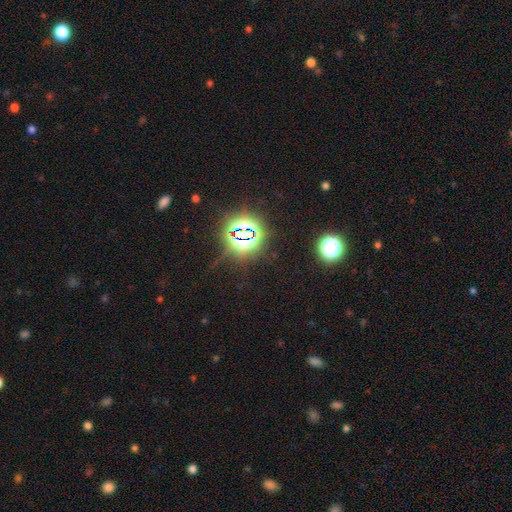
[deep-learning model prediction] This appears to be a star or artifact, not a galaxy (81%).